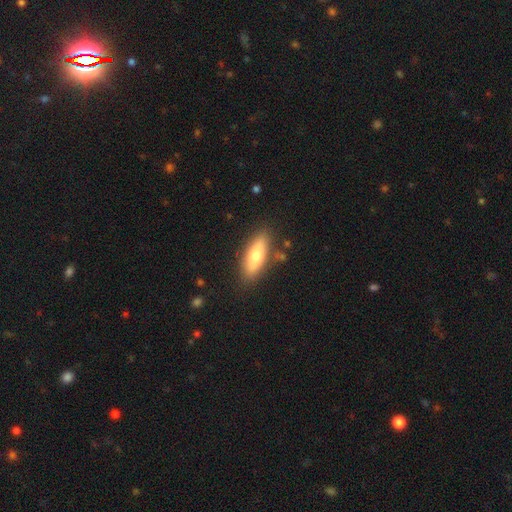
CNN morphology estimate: This appears to be a smooth galaxy with no disk features (64%) that is in between round and cigar-shaped (55%). Merging: none (83%).